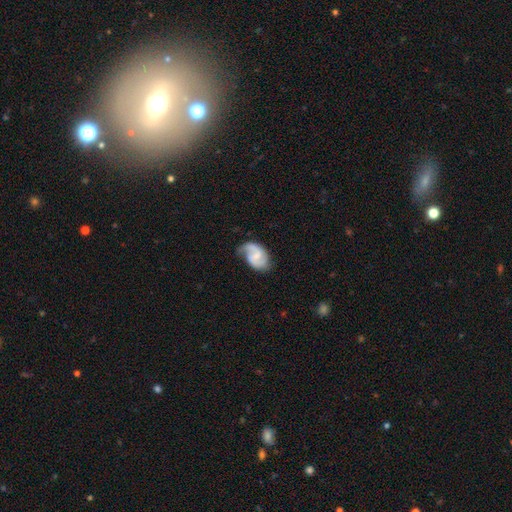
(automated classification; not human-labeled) The model was most divided on "bar": weak: 51%, no: 37%, strong: 12%. Remaining: edge-on disk — no (98%); spiral arms — yes (95%); spiral arm count — 2 (81%); smooth or featured — featured or disk (79%); merging — none (62%); spiral winding — medium (49%); bulge size — small (47%).